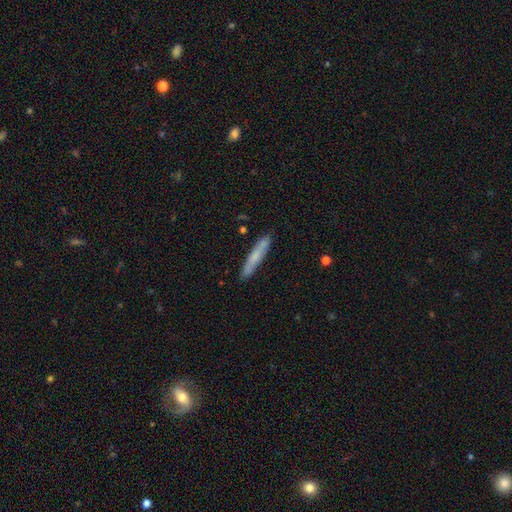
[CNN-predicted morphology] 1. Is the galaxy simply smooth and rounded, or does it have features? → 64% smooth, 30% featured or disk, 6% star or artifact.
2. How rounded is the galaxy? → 94% cigar-shaped, 5% in between, 1% round.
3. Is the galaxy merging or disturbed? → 88% none, 9% minor disturbance, 2% major disturbance, 1% merger.